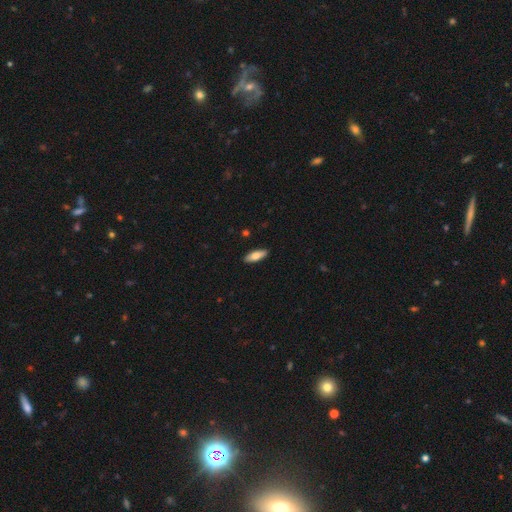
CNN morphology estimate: smooth 72%, featured or disk 22%, star or artifact 6%. Down the decision tree: how rounded — in between (64%); merging — none (90%).